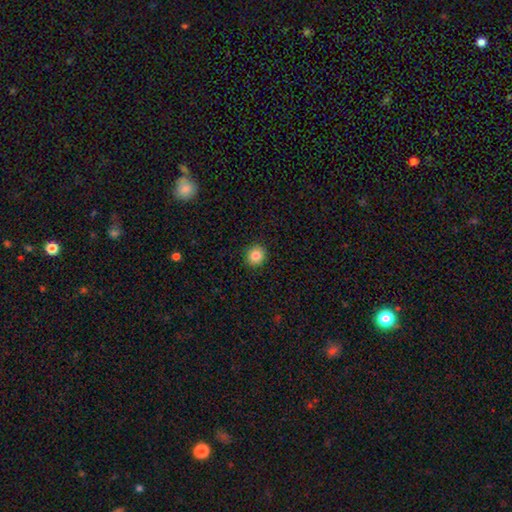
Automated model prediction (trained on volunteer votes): Morphology: type=smooth (85%); roundness=round (85%); merging=none (92%).